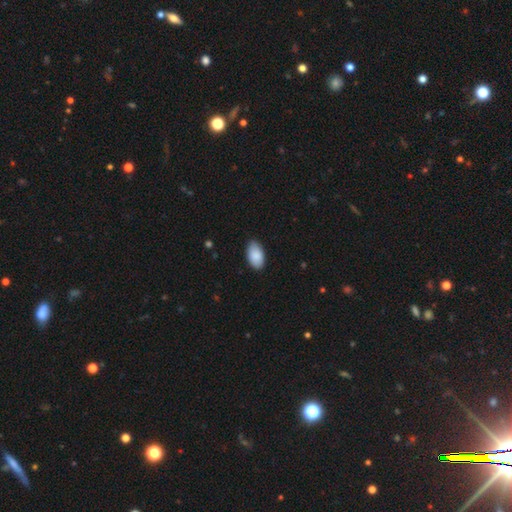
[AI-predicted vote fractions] Morphology: type=smooth (89%); roundness=in between (95%); merging=none (85%).